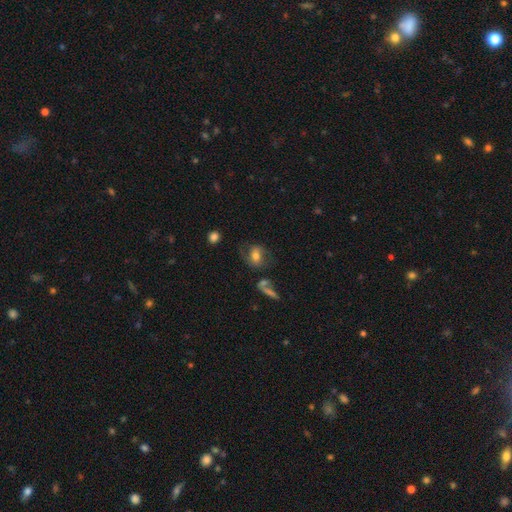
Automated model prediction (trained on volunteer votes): Morphology: type=featured or disk (45%, tied with smooth); merging=none (61%).